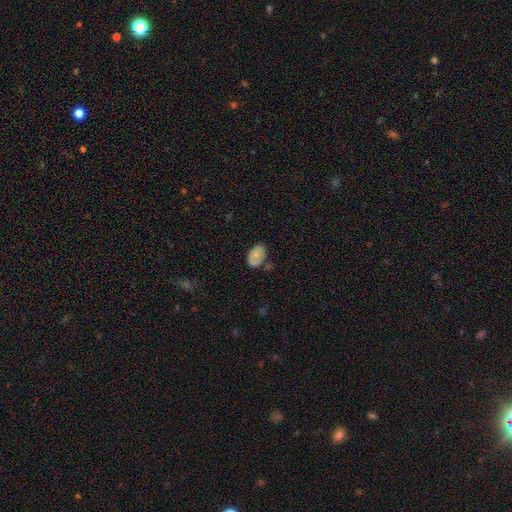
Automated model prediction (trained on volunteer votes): A smooth galaxy with no disk features (69%) that is in between round and cigar-shaped (87%). Merging: none (59%).